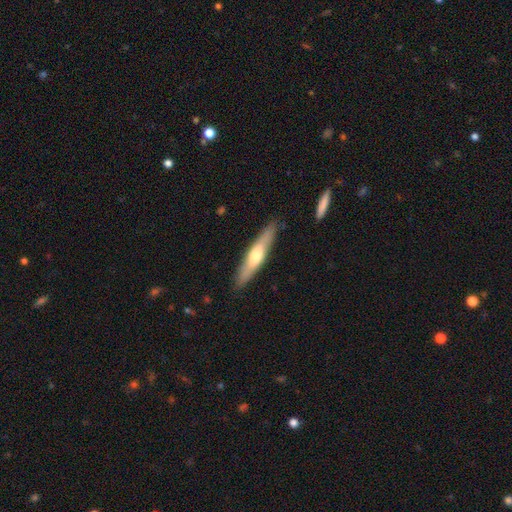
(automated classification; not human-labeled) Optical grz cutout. It shows a smooth galaxy with no disk features (48%). Merging: none (88%).